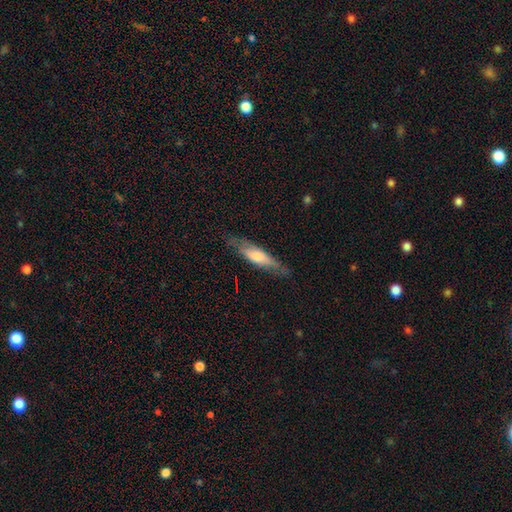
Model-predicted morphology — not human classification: A smooth galaxy with no disk features (48%). Merging: none (75%).